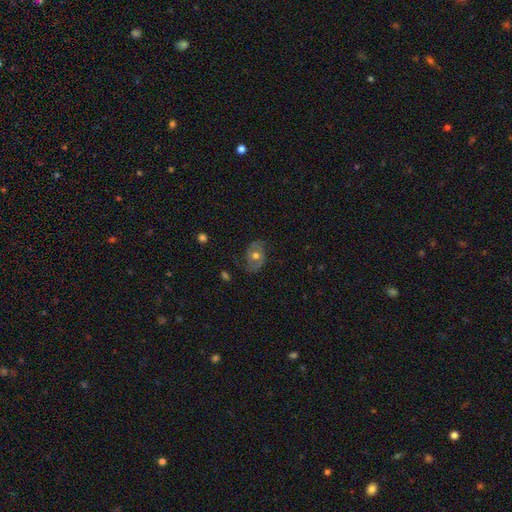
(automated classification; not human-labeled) smooth-or-featured: featured or disk: 52% | smooth: 39% | star or artifact: 8%
  disk-edge-on: no: 95% | yes: 5%
  merging: none: 67% | minor disturbance: 22% | major disturbance: 9% | merger: 1%